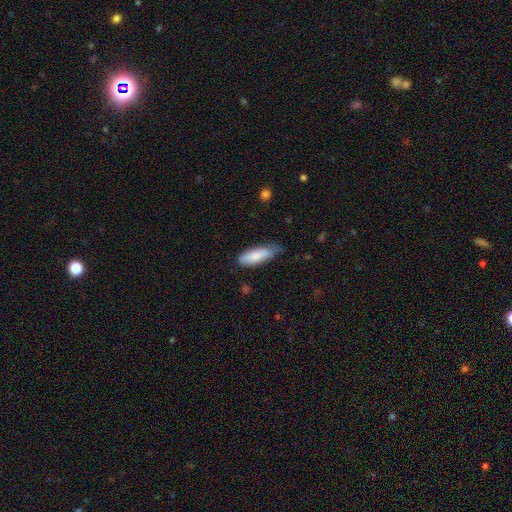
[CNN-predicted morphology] Q: Smooth or featured?
A: smooth (83%); runner-up: featured or disk (11%)
Q: How rounded?
A: in between (58%); runner-up: cigar-shaped (40%)
Q: Merging?
A: none (60%); runner-up: minor disturbance (32%)